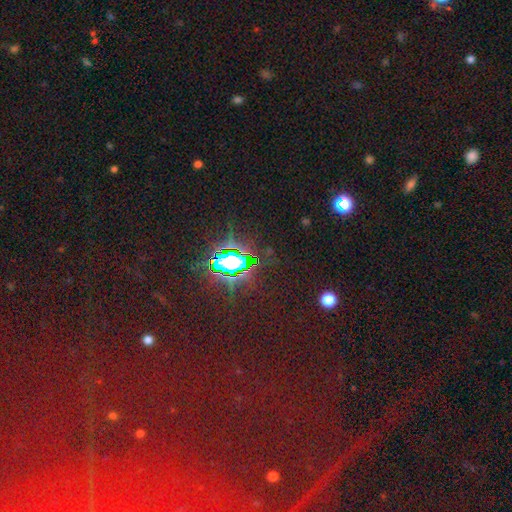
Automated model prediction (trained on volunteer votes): A star or artifact, not a galaxy (79%).

Vote fractions:
- Smooth or featured? star or artifact: 79% / smooth: 13% / featured or disk: 8%